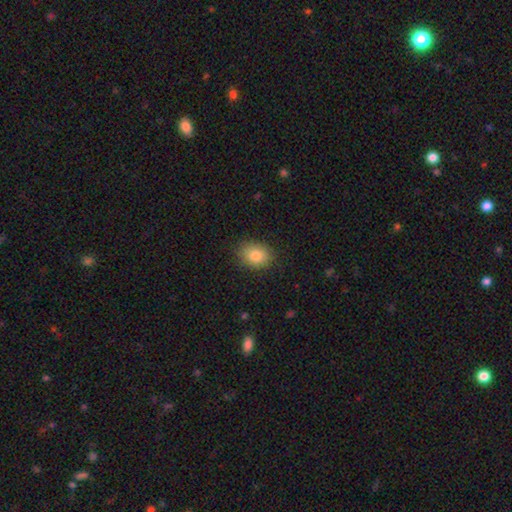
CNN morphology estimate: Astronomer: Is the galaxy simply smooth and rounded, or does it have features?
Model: smooth — 84%.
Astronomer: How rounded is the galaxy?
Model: in between — 60% (runner-up: round, 39%).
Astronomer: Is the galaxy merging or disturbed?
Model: none — 86%.